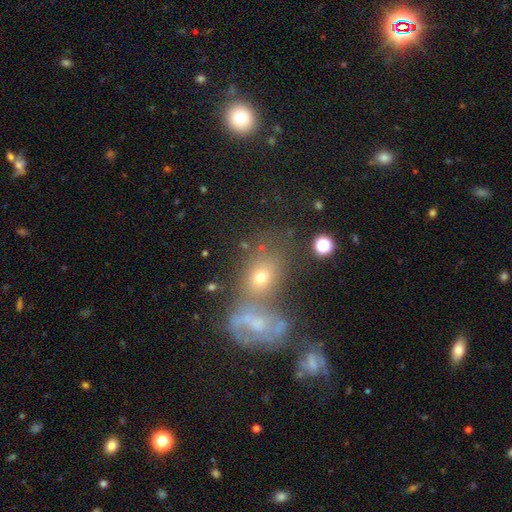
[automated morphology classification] smooth-or-featured: smooth: 42% | featured or disk: 33% | star or artifact: 25%
  merging: merger: 43% | none: 37% | minor disturbance: 12% | major disturbance: 9%